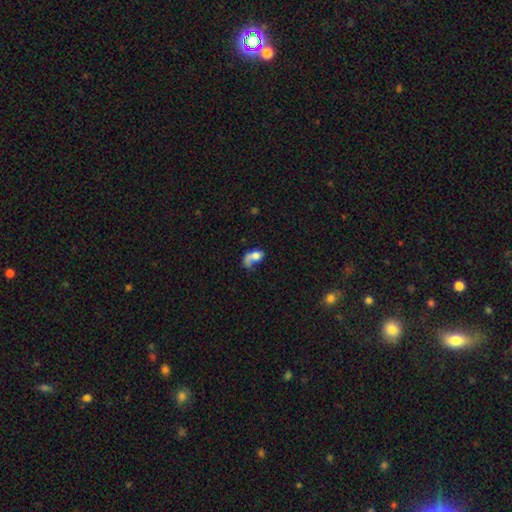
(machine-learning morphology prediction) This appears to be a smooth galaxy with no disk features (57%) that is in between round and cigar-shaped (80%). Merging: major disturbance (46%).